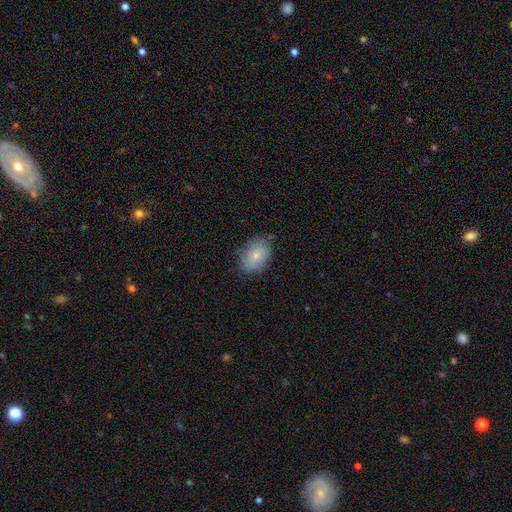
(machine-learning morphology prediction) Q: Smooth or featured?
A: smooth (77%); runner-up: featured or disk (15%)
Q: How rounded?
A: in between (81%); runner-up: round (18%)
Q: Merging?
A: none (76%); runner-up: minor disturbance (19%)